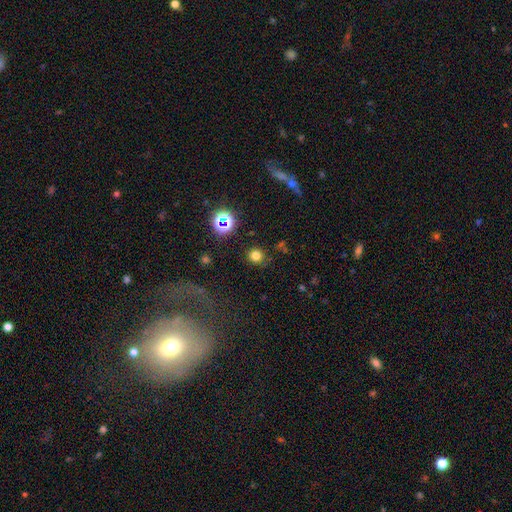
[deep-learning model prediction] Q: Smooth or featured?
A: smooth (75%); runner-up: star or artifact (19%)
Q: How rounded?
A: round (92%); runner-up: in between (7%)
Q: Merging?
A: none (87%); runner-up: minor disturbance (7%)